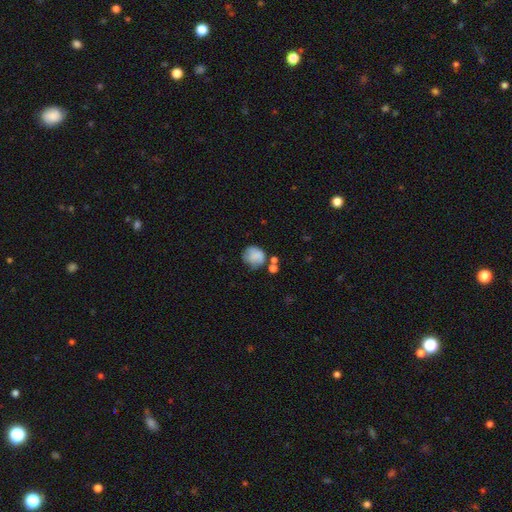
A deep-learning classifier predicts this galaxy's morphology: A smooth galaxy with no disk features (72%) that is round (76%).

Vote fractions:
- Smooth or featured? smooth: 72% / featured or disk: 19% / star or artifact: 10%
- How rounded? round: 76% / in between: 23% / cigar-shaped: 1%
- Merging? none: 46% / minor disturbance: 27% / merger: 14% / major disturbance: 13%